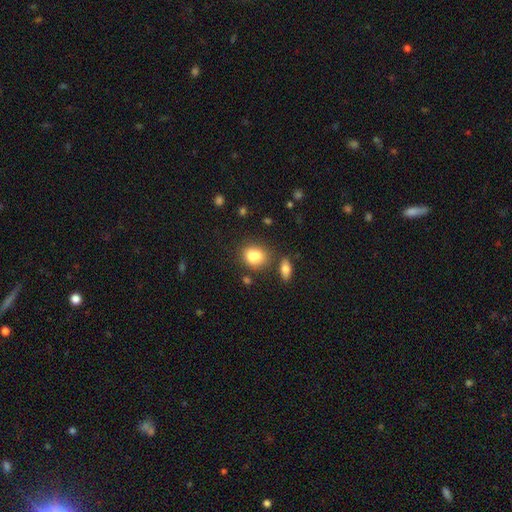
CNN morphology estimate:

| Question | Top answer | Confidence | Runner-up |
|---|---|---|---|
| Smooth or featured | smooth | 80% | featured or disk (10%) |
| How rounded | in between | 54% | round (44%) |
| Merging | none | 51% | merger (25%) |